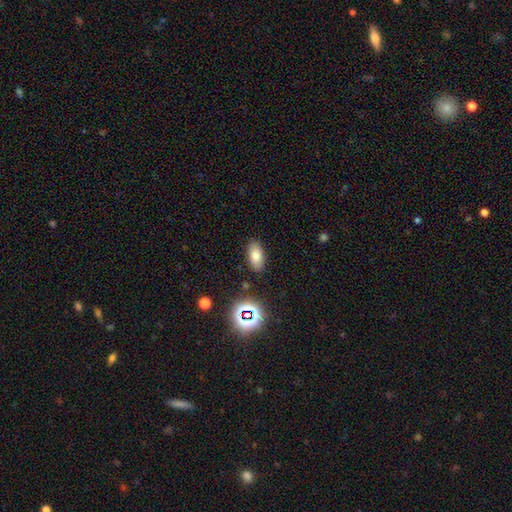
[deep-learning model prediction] This appears to be a smooth galaxy with no disk features (75%) that is in between round and cigar-shaped (88%). Merging: none (86%).